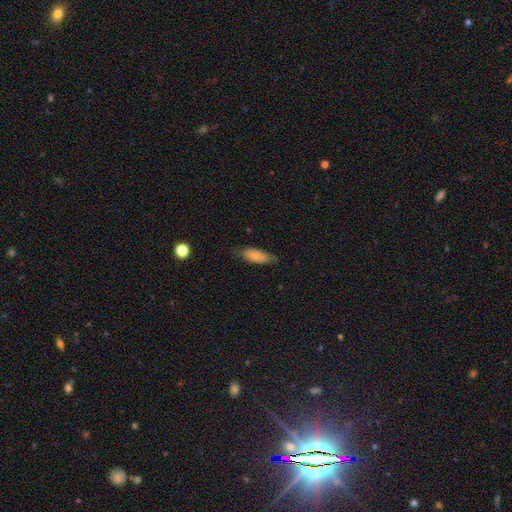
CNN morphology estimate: A smooth galaxy with no disk features (75%) that is in between round and cigar-shaped (76%). Merging: none (66%).